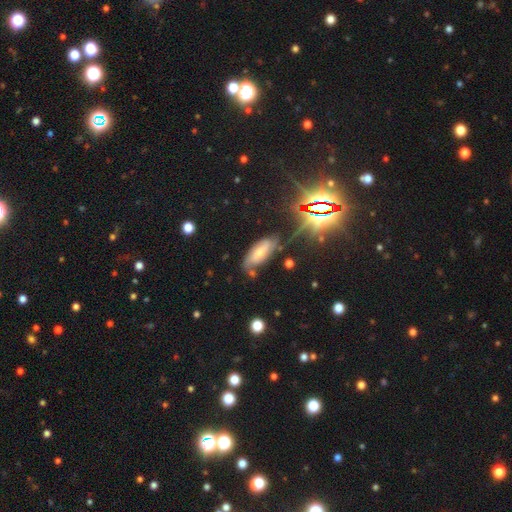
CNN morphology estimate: Smooth or featured? featured or disk (49%)
Merging? none (62%)